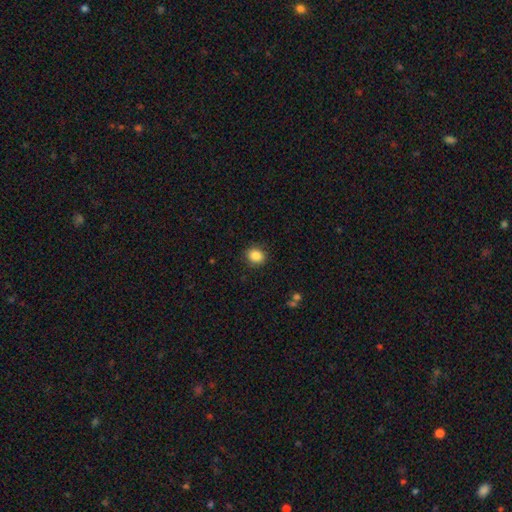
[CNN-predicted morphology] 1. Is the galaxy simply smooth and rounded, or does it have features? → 86% smooth, 9% star or artifact, 5% featured or disk.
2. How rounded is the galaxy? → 67% round, 32% in between, 1% cigar-shaped.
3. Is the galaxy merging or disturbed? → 89% none, 8% minor disturbance, 2% major disturbance, 1% merger.